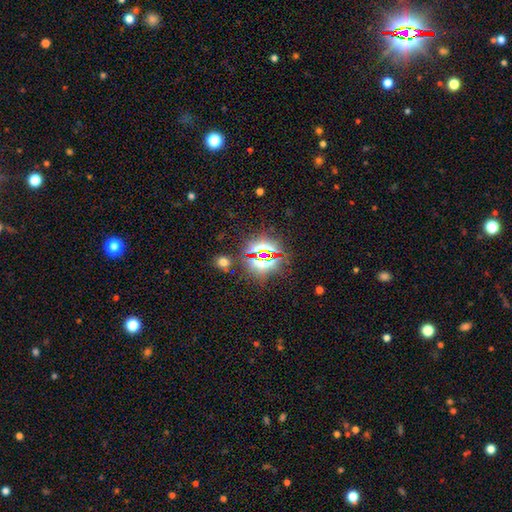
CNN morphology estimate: This appears to be a star or artifact, not a galaxy (74%).